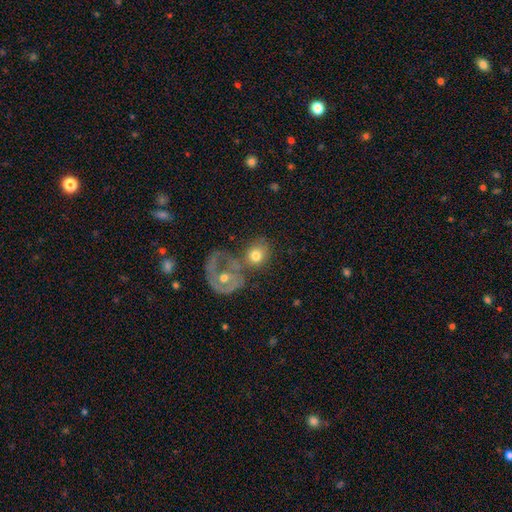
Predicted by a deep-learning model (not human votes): Smooth or featured: smooth — 65% (featured or disk — 27%)
How rounded: round — 72% (in between — 27%)
Merging: merger — 47% (none — 31%)